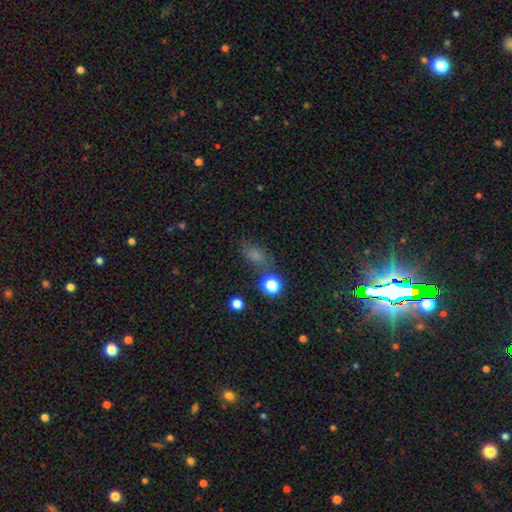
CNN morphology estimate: Smooth or featured? Predicted: smooth (p=0.66). How rounded? Predicted: in between (p=0.74). Merging? Predicted: none (p=0.61).